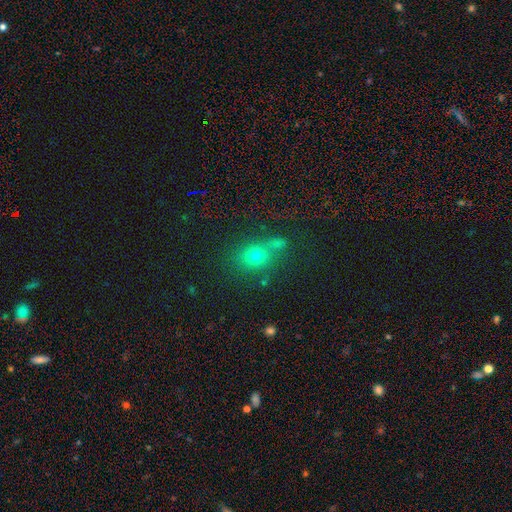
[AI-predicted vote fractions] The model was most divided on "how rounded": round: 63%, in between: 35%, cigar-shaped: 2%. More confident: smooth or featured — smooth (68%); merging — none (59%).